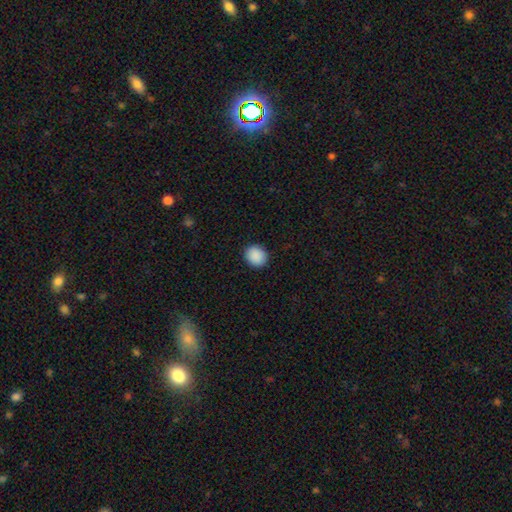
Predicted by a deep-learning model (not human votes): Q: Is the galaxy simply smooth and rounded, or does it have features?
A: smooth — 90%.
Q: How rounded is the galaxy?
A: round — 74%.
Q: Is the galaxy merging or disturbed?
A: none — 91%.